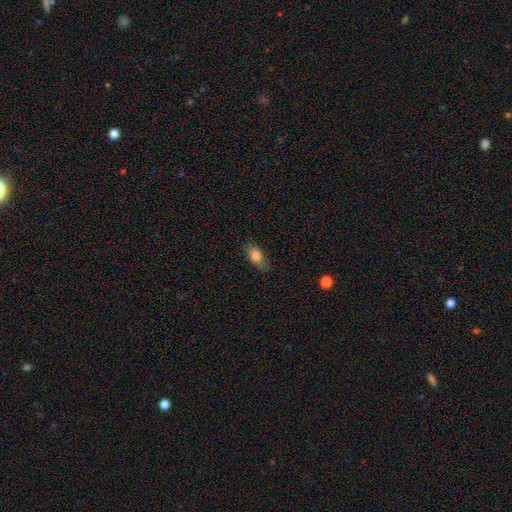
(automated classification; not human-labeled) smooth 77%, featured or disk 14%, star or artifact 8%. Down the decision tree: how rounded — in between (82%); merging — none (67%).